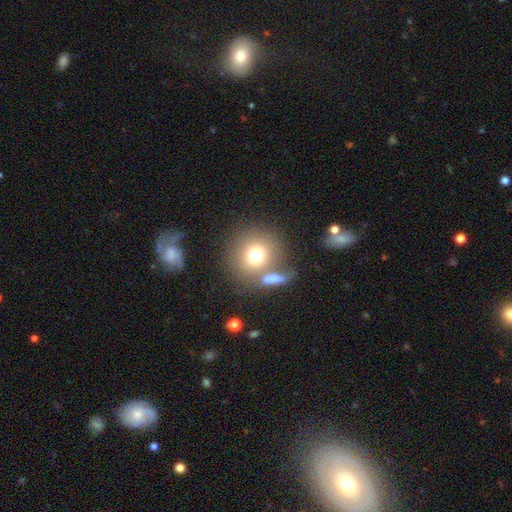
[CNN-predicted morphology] This is likely a smooth galaxy (73%). How rounded: clearly round (90%). Merging: likely none (65%).